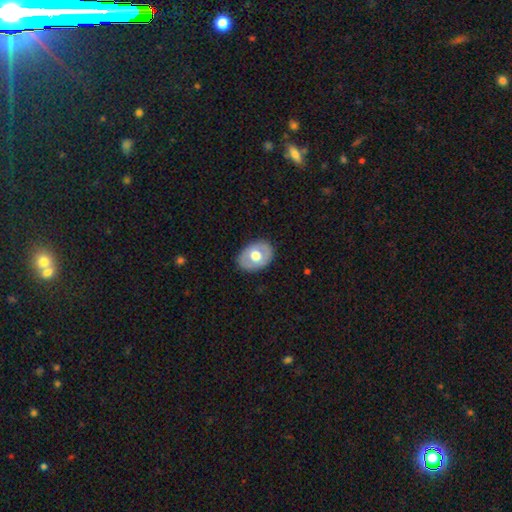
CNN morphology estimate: Q: Smooth or featured?
A: smooth (56%); runner-up: featured or disk (39%)
Q: How rounded?
A: in between (72%); runner-up: round (27%)
Q: Merging?
A: none (85%); runner-up: minor disturbance (11%)